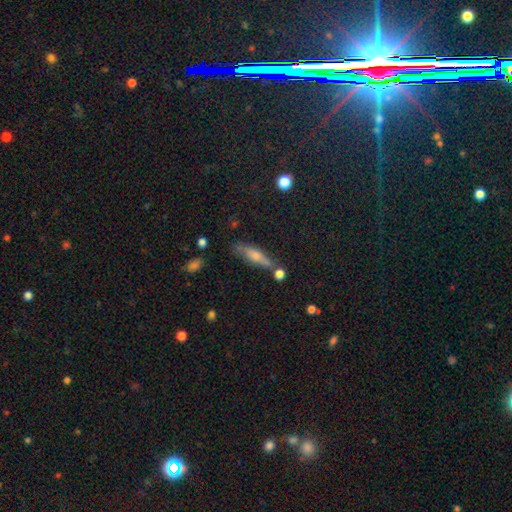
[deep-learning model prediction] Overall: smooth (54%; featured or disk 36%). How rounded: cigar-shaped (73%). Merging: none (68%).